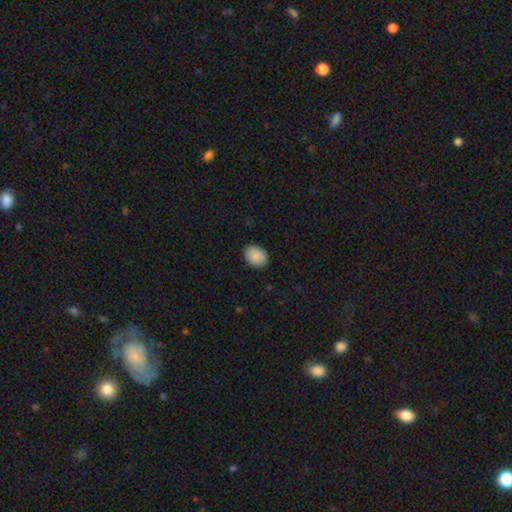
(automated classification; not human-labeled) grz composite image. It shows a smooth galaxy with no disk features (89%) that is in between round and cigar-shaped (70%). Merging: none (87%).